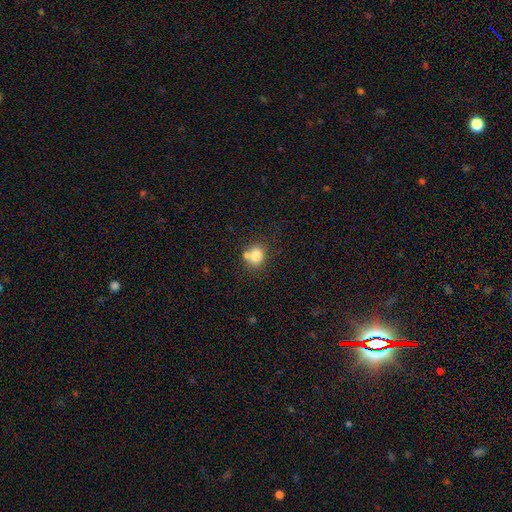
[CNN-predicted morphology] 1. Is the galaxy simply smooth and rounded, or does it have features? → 79% smooth, 11% star or artifact, 10% featured or disk.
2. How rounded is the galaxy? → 63% round, 36% in between, 1% cigar-shaped.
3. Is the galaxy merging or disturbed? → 55% none, 29% merger, 12% minor disturbance, 4% major disturbance.